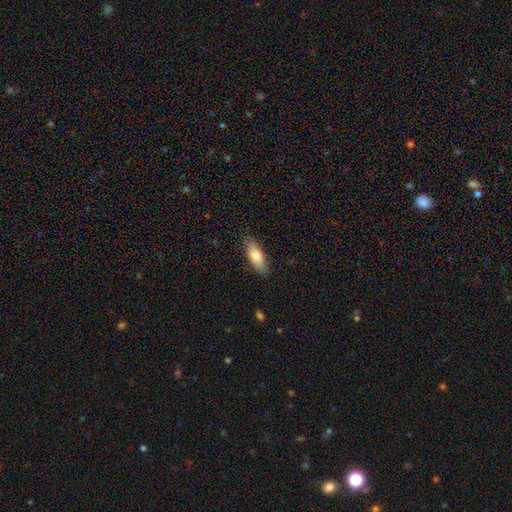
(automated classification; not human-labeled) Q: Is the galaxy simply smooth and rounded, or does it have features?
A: smooth — 77%.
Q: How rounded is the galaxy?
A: in between — 63%.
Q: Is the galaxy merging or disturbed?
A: none — 83%.